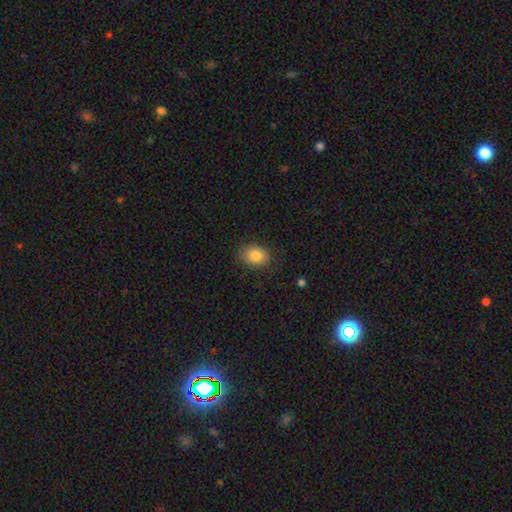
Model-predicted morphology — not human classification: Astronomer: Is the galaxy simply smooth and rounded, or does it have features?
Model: smooth — 86%.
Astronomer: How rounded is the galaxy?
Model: in between — 64%.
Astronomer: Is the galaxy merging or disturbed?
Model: none — 84%.